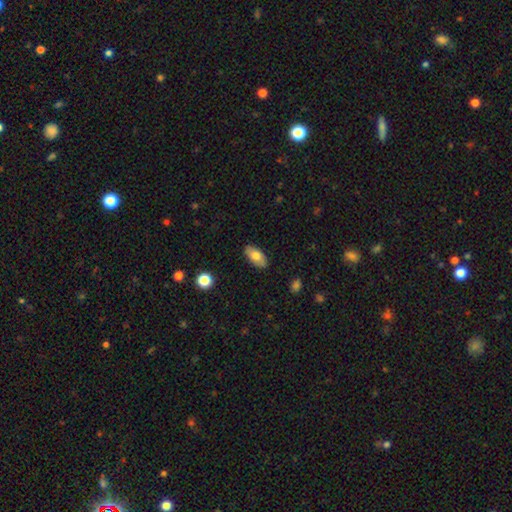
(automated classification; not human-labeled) A smooth galaxy with no disk features (74%) that is in between round and cigar-shaped (92%).

Vote fractions:
- Smooth or featured? smooth: 74% / featured or disk: 19% / star or artifact: 7%
- How rounded? in between: 92% / cigar-shaped: 4% / round: 3%
- Merging? none: 86% / minor disturbance: 11% / major disturbance: 2% / merger: 1%